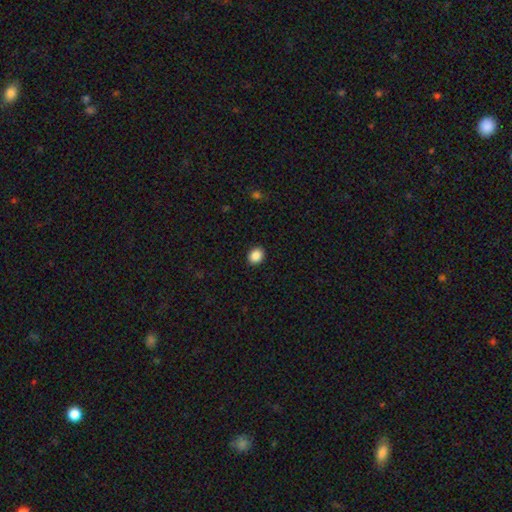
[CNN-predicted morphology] type=smooth (88%); roundness=round (52%); merging=none (91%).